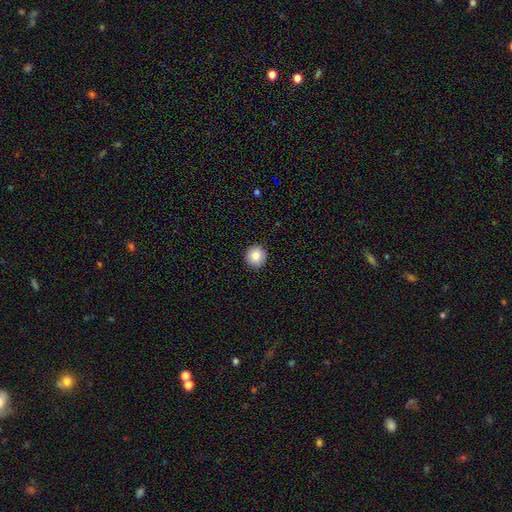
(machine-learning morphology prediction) Overall: smooth (87%). How rounded: round (92%). Merging: none (92%).